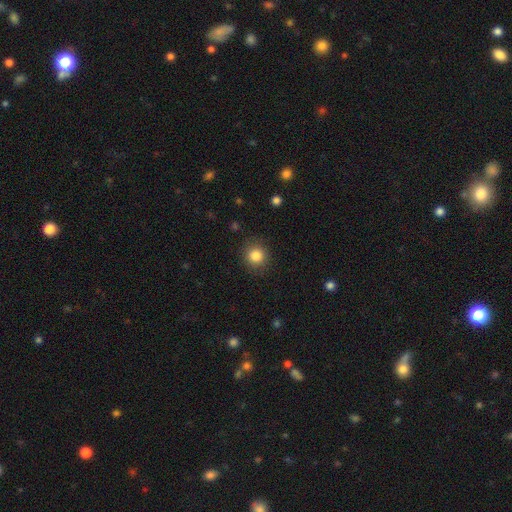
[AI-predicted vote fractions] This appears to be a smooth galaxy with no disk features (84%) that is round (91%). Merging: none (88%).